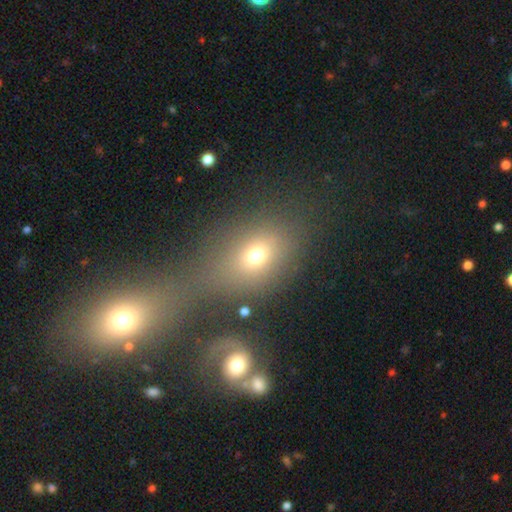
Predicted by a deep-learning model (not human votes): A smooth galaxy with no disk features (67%) that is in between round and cigar-shaped (63%).

Vote fractions:
- Smooth or featured? smooth: 67% / star or artifact: 17% / featured or disk: 16%
- How rounded? in between: 63% / round: 34% / cigar-shaped: 3%
- Merging? none: 45% / merger: 31% / minor disturbance: 12% / major disturbance: 12%